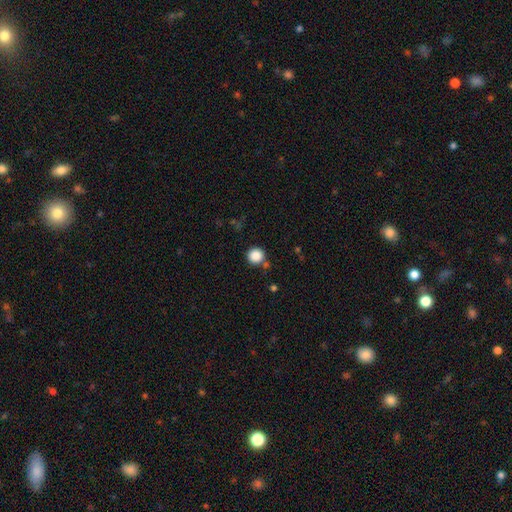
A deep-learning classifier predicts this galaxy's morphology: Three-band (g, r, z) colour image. It shows a smooth galaxy with no disk features (87%) that is round (95%). Merging: none (82%).